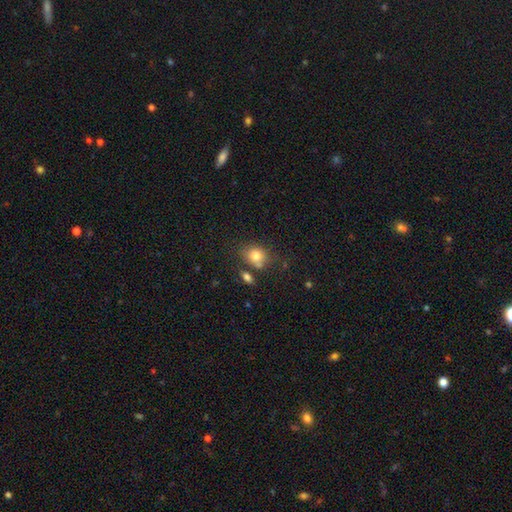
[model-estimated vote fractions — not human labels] A smooth galaxy with no disk features (79%) that is round (50%). Merging: none (61%).